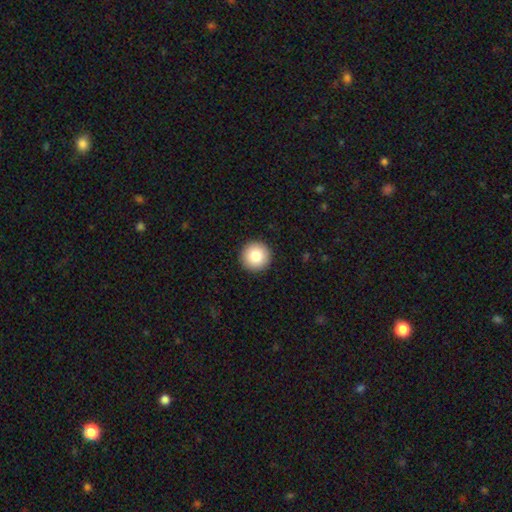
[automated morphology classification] smooth_or_featured: smooth (p=0.82) [alt: star or artifact p=0.09]
how_rounded: round (p=0.96) [alt: in between p=0.03]
merging: none (p=0.93) [alt: minor disturbance p=0.04]